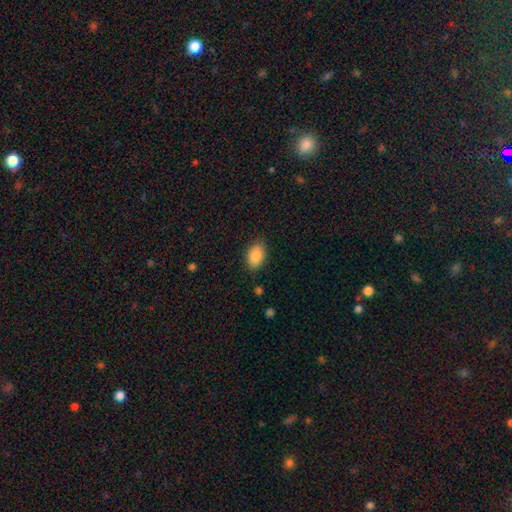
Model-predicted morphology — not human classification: Smooth or featured: smooth — 88% (star or artifact — 7%)
How rounded: in between — 88% (round — 10%)
Merging: none — 85% (minor disturbance — 11%)